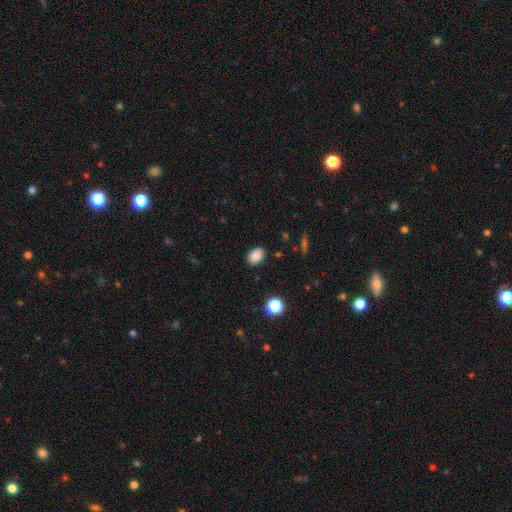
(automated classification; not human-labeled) Smooth or featured?
  - smooth: 86% *
  - star or artifact: 10%
  - featured or disk: 4%
How rounded?
  - in between: 78% *
  - round: 20%
  - cigar-shaped: 1%
Merging?
  - none: 87% *
  - minor disturbance: 9%
  - major disturbance: 2%
  - merger: 1%